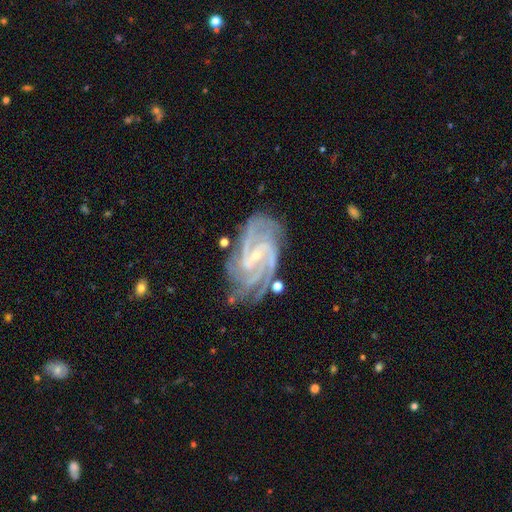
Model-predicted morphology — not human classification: Smooth or featured: featured or disk — 92% (star or artifact — 5%)
Edge-on disk: no — 97% (yes — 3%)
Bar: weak — 44% (strong — 31%)
Spiral arms: yes — 99% (no — 1%)
Spiral winding: tight — 53% (medium — 41%)
Spiral arm count: 3 — 27% (4 — 25%)
Bulge size: small — 81% (moderate — 14%)
Merging: none — 73% (minor disturbance — 18%)